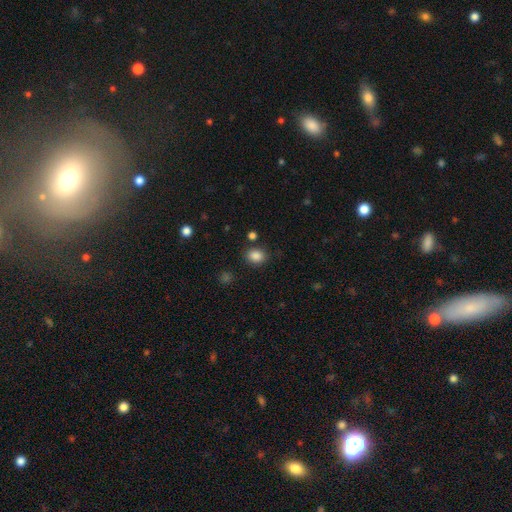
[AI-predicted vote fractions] A smooth galaxy with no disk features (86%) that is in between round and cigar-shaped (51%).

Vote fractions:
- Smooth or featured? smooth: 86% / star or artifact: 10% / featured or disk: 4%
- How rounded? in between: 51% / round: 49% / cigar-shaped: 1%
- Merging? none: 83% / minor disturbance: 10% / merger: 3% / major disturbance: 3%